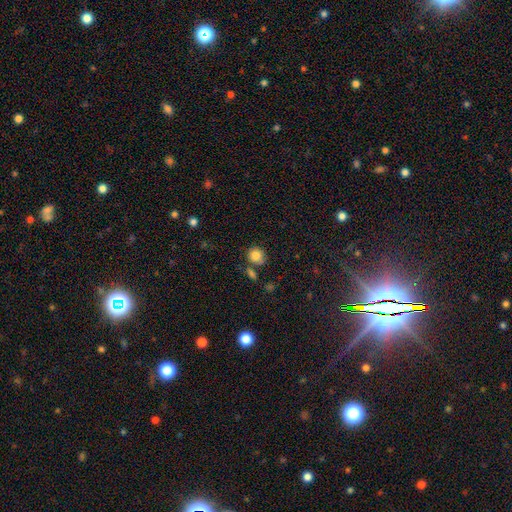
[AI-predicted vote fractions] smooth_or_featured: smooth (p=0.84) [alt: star or artifact p=0.10]
how_rounded: round (p=0.83) [alt: in between p=0.16]
merging: none (p=0.68) [alt: minor disturbance p=0.16]